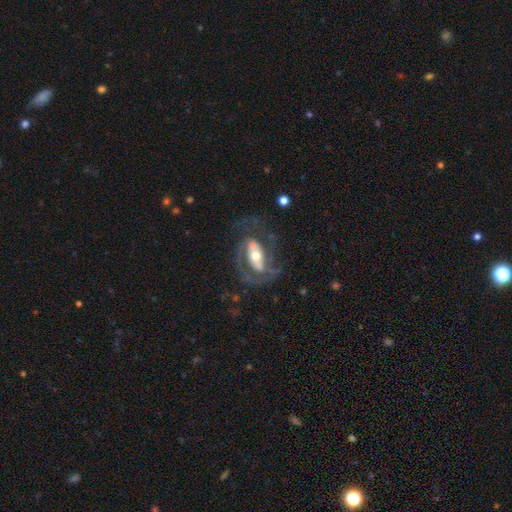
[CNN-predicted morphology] This is clearly a featured or disk galaxy (82%). It is clearly not viewed edge-on (94%). Bar: marginally strong (40%). Spiral arm pattern: clearly yes (88%). Spiral arm count: likely 2 (74%). Spiral winding: possibly medium (49%). Central bulge: likely moderate (63%). Merging: possibly none (56%).